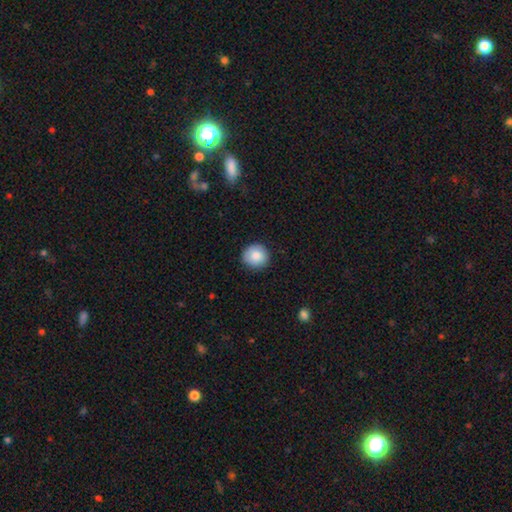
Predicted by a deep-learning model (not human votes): The model was most divided on "smooth or featured": smooth: 86%, star or artifact: 8%, featured or disk: 6%. More confident: how rounded — round (92%); merging — none (88%).